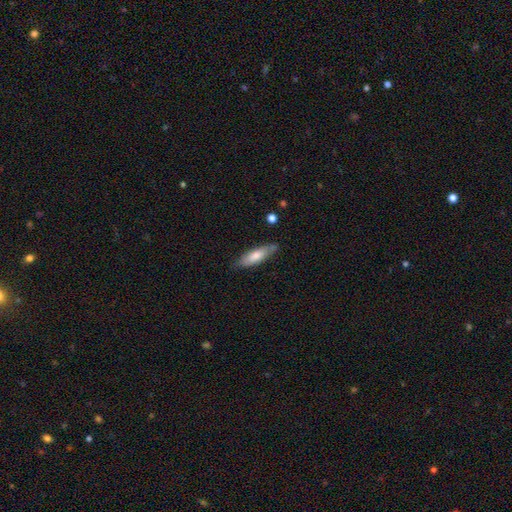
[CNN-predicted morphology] smooth-or-featured: smooth: 69% | featured or disk: 26% | star or artifact: 6%
  how-rounded: cigar-shaped: 60% | in between: 39% | round: 2%
  merging: none: 78% | minor disturbance: 17% | major disturbance: 3% | merger: 2%